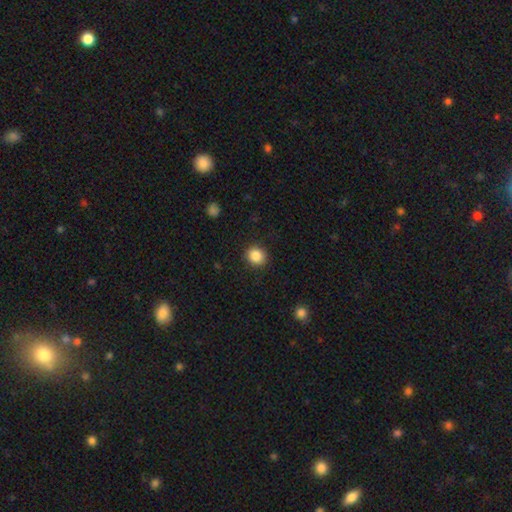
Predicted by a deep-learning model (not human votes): Smooth or featured: smooth — 87% (star or artifact — 10%)
How rounded: round — 83% (in between — 16%)
Merging: none — 91% (minor disturbance — 6%)